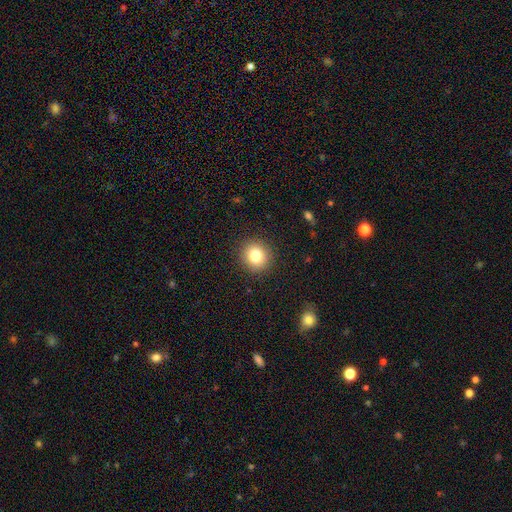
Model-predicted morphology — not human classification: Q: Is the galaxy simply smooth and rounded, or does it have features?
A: smooth — 80%.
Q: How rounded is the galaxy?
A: round — 90%.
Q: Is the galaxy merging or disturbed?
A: none — 91%.